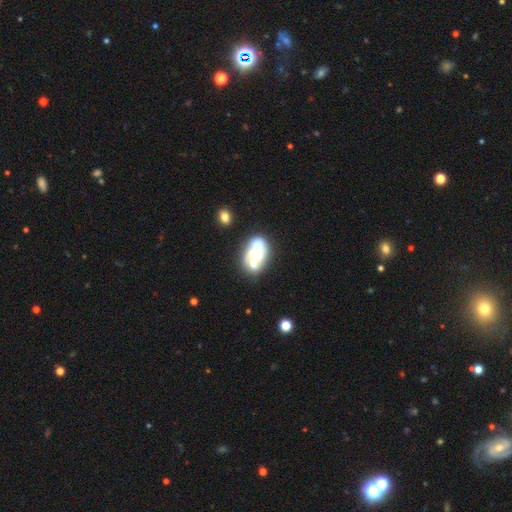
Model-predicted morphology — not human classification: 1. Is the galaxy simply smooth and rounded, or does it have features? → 70% featured or disk, 23% smooth, 7% star or artifact.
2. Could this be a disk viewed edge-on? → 97% no, 3% yes.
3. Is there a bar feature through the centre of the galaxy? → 77% no, 18% weak, 5% strong.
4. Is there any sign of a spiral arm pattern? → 66% yes, 34% no.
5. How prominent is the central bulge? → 54% moderate, 30% small, 8% large, 6% none, 2% dominant.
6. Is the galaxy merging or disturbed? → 46% none, 22% merger, 20% minor disturbance, 12% major disturbance.